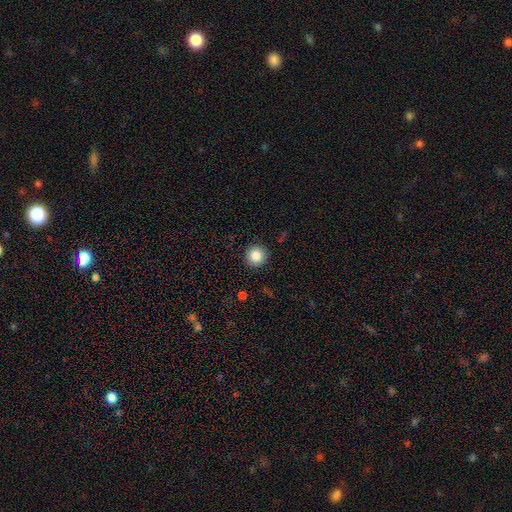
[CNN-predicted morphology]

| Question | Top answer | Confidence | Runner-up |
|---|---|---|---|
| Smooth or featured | smooth | 86% | star or artifact (9%) |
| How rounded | round | 95% | in between (4%) |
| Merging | none | 91% | minor disturbance (6%) |